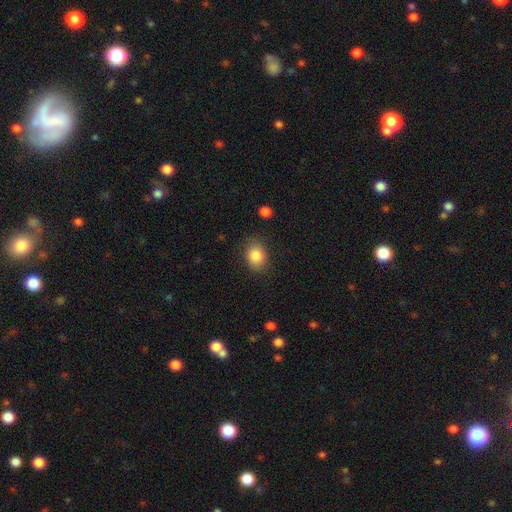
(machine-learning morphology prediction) Smooth or featured? smooth (85%)
How rounded? in between (59%)
Merging? none (81%)